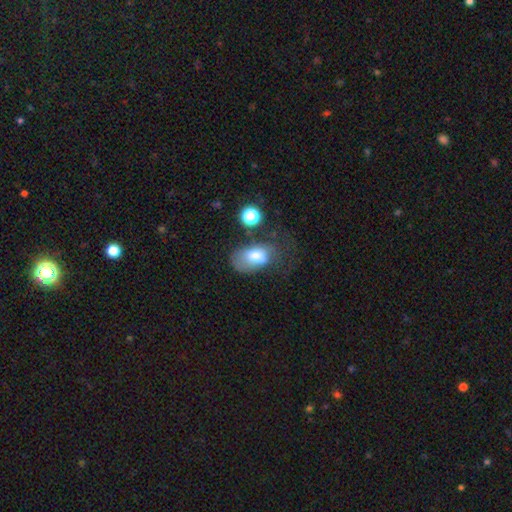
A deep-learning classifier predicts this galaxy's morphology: type=smooth (67%); roundness=in between (87%); merging=major disturbance (38%).